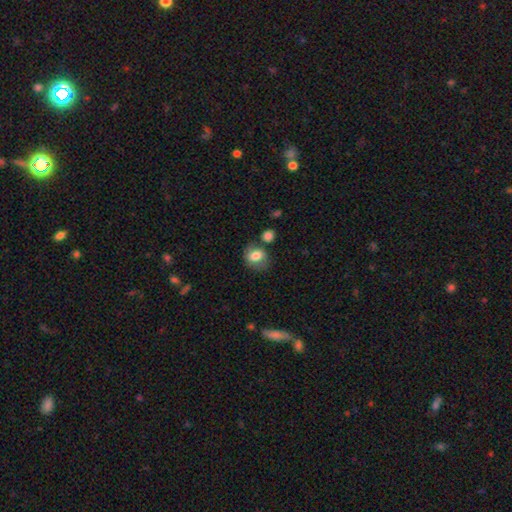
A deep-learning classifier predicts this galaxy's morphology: This is likely a smooth galaxy (75%). How rounded: possibly round (55%). Merging: possibly none (60%).